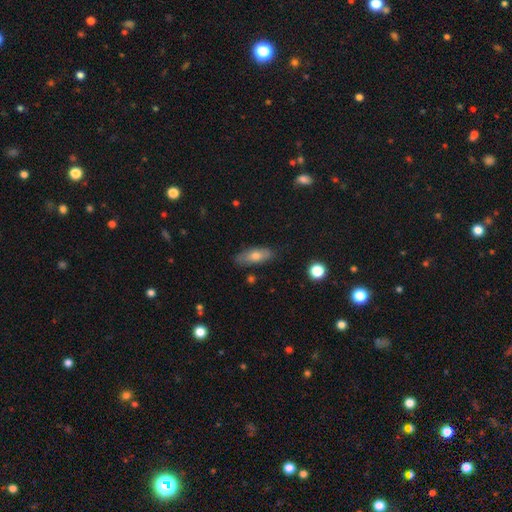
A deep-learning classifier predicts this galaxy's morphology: Smooth or featured? Predicted: smooth (p=0.65). How rounded? Predicted: in between (p=0.70). Merging? Predicted: none (p=0.81).